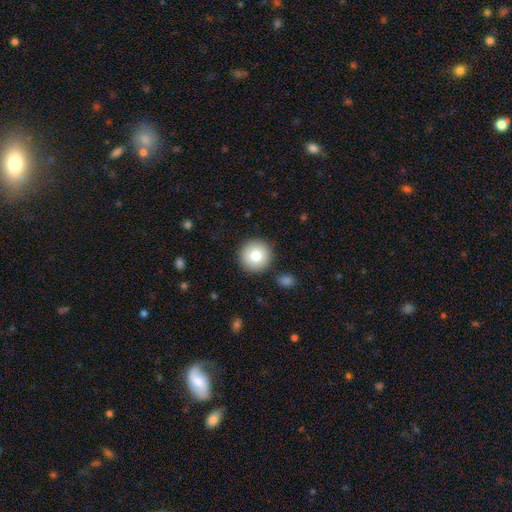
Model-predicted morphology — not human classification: The model was most divided on "smooth or featured": smooth: 79%, featured or disk: 12%, star or artifact: 9%. More confident: how rounded — round (96%); merging — none (89%).